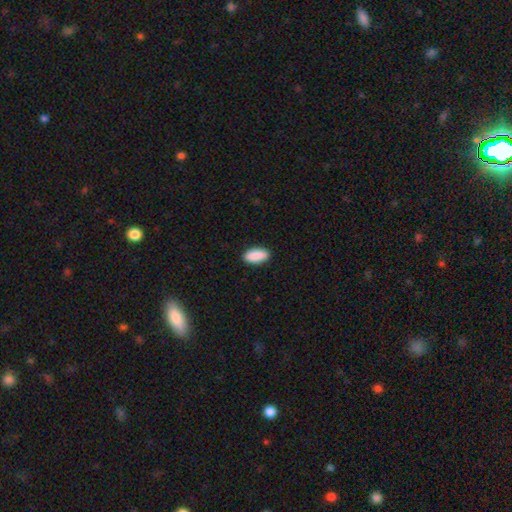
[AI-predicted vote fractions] A smooth galaxy with no disk features (90%) that is in between round and cigar-shaped (89%).

Vote fractions:
- Smooth or featured? smooth: 90% / star or artifact: 6% / featured or disk: 4%
- How rounded? in between: 89% / cigar-shaped: 9% / round: 2%
- Merging? none: 90% / minor disturbance: 8% / major disturbance: 2% / merger: 1%